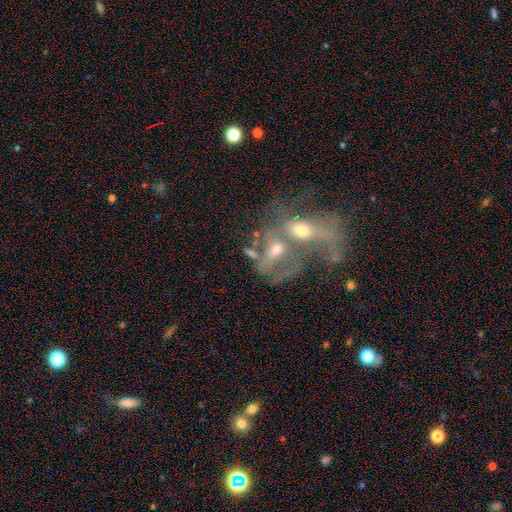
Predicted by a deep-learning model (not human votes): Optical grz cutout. It shows a featured or disk galaxy (54%) with no bar (72%), no spiral arms (59%) and a moderate central bulge (53%). Merging: merger (73%).